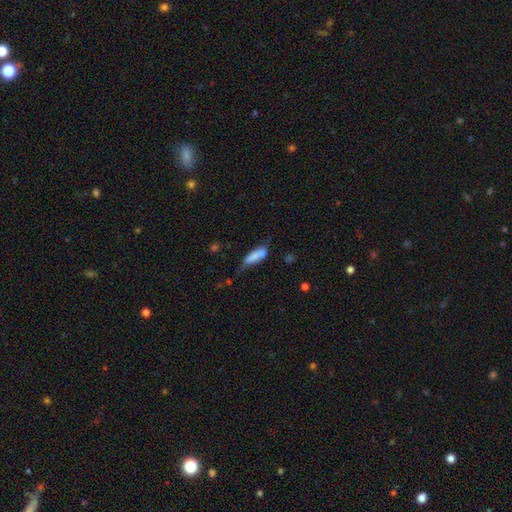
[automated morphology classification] Smooth or featured? Predicted: smooth (p=0.69). How rounded? Predicted: in between (p=0.53). Merging? Predicted: none (p=0.32).